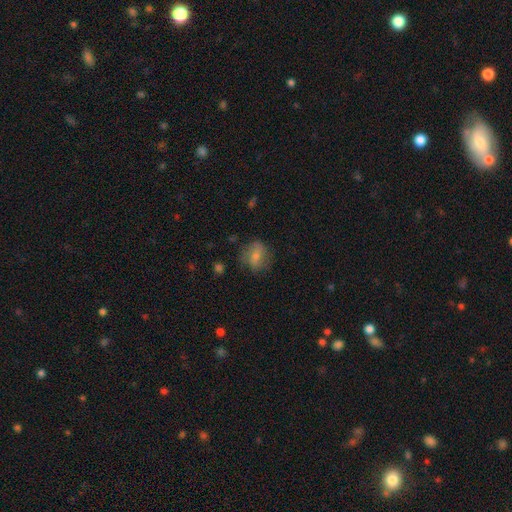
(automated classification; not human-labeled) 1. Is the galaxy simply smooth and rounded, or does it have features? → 63% smooth, 28% featured or disk, 9% star or artifact.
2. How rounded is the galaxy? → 55% round, 43% in between, 2% cigar-shaped.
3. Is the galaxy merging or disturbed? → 65% none, 23% minor disturbance, 10% major disturbance, 2% merger.